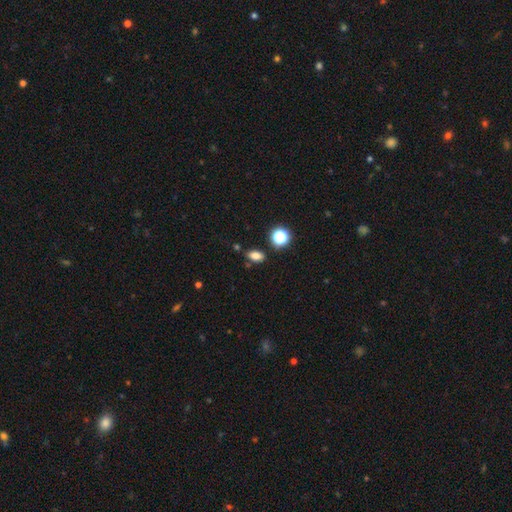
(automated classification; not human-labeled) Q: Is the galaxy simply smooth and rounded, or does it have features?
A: smooth — 78%.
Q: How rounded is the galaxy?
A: in between — 81%.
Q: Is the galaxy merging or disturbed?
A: none — 81%.